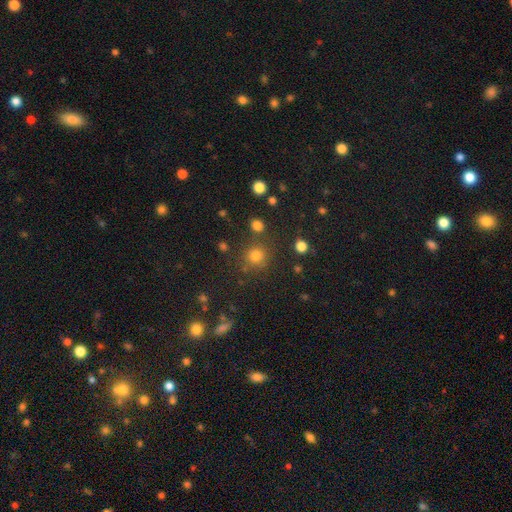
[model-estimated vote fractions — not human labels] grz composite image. It shows a smooth galaxy with no disk features (75%) that is round (92%). Merging: none (80%).